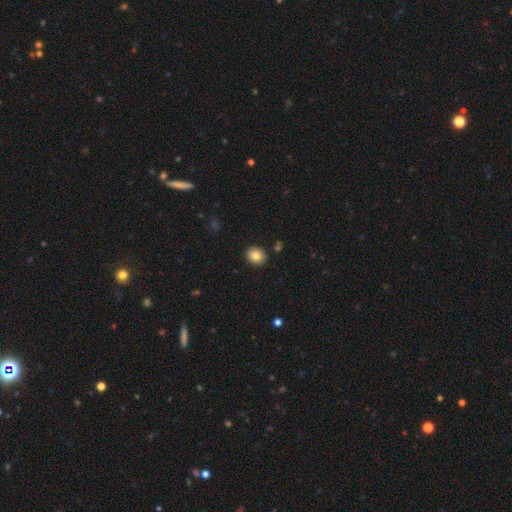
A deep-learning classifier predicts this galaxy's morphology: A smooth galaxy with no disk features (82%) that is round (73%).

Vote fractions:
- Smooth or featured? smooth: 82% / star or artifact: 9% / featured or disk: 8%
- How rounded? round: 73% / in between: 26% / cigar-shaped: 1%
- Merging? none: 91% / minor disturbance: 6% / major disturbance: 2% / merger: 2%